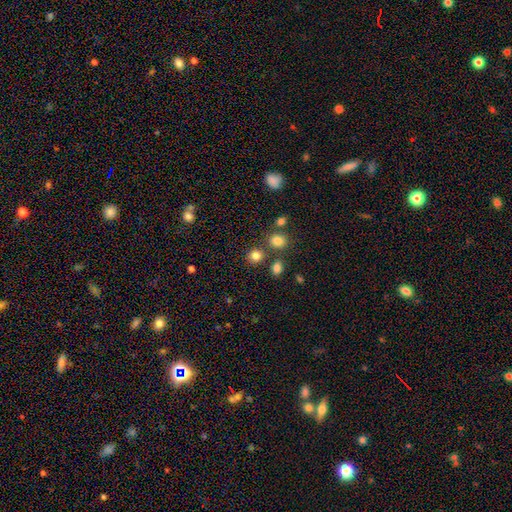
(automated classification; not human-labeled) This appears to be a smooth galaxy with no disk features (81%) that is round (83%). Merging: none (77%).